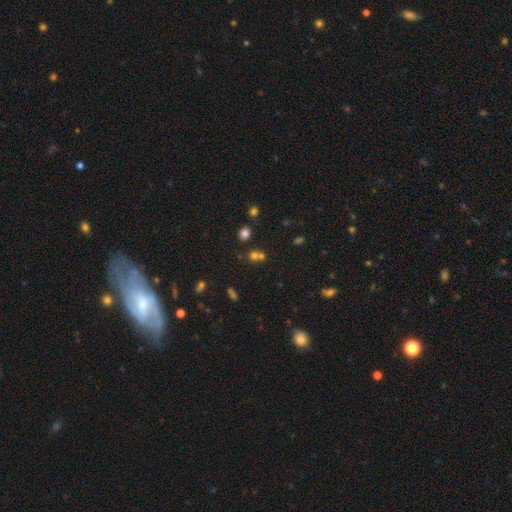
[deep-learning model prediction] This appears to be a smooth galaxy with no disk features (61%) that is round (80%). Merging: none (49%).